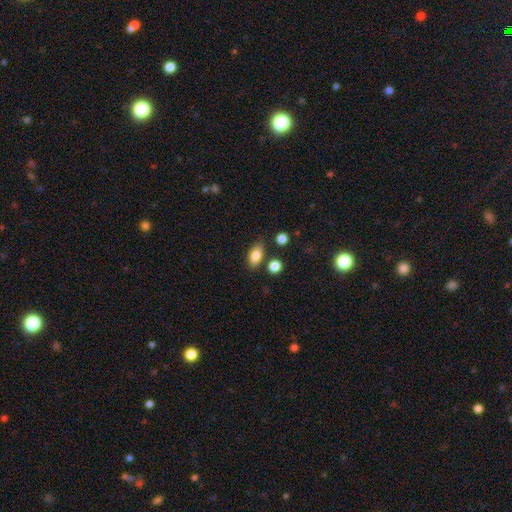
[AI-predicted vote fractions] A smooth galaxy with no disk features (83%) that is in between round and cigar-shaped (86%).

Vote fractions:
- Smooth or featured? smooth: 83% / star or artifact: 9% / featured or disk: 8%
- How rounded? in between: 86% / round: 11% / cigar-shaped: 4%
- Merging? none: 74% / minor disturbance: 15% / merger: 7% / major disturbance: 4%